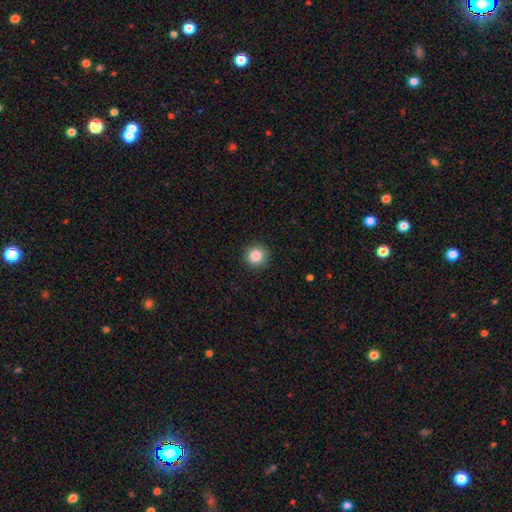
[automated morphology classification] Smooth or featured?
  - smooth: 86% *
  - star or artifact: 10%
  - featured or disk: 4%
How rounded?
  - round: 94% *
  - in between: 5%
  - cigar-shaped: 1%
Merging?
  - none: 91% *
  - minor disturbance: 6%
  - major disturbance: 2%
  - merger: 1%